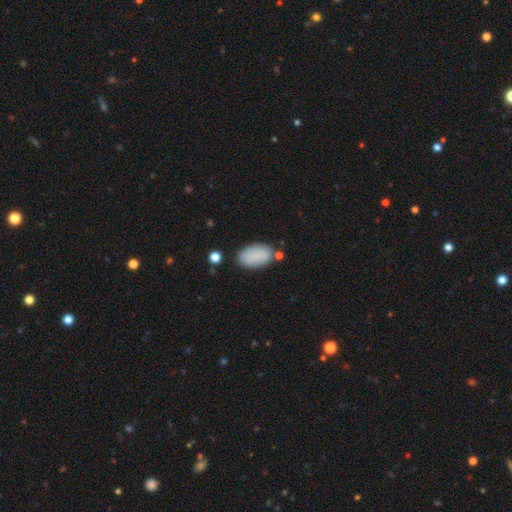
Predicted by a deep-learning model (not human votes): smooth 82%, featured or disk 11%, star or artifact 7%. Down the decision tree: how rounded — in between (94%); merging — none (74%).